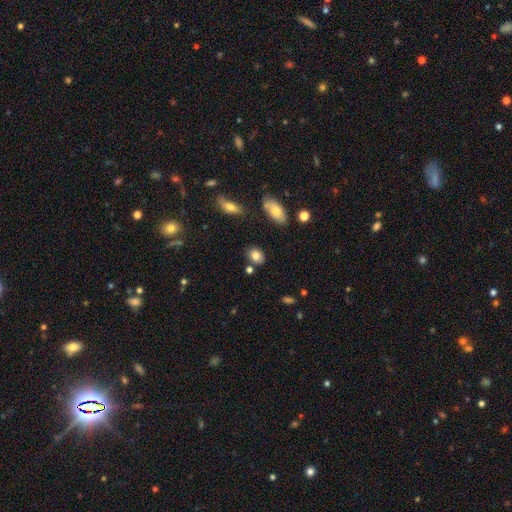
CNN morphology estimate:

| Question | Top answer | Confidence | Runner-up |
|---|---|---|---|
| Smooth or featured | smooth | 82% | star or artifact (10%) |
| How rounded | in between | 62% | round (36%) |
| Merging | none | 78% | minor disturbance (12%) |